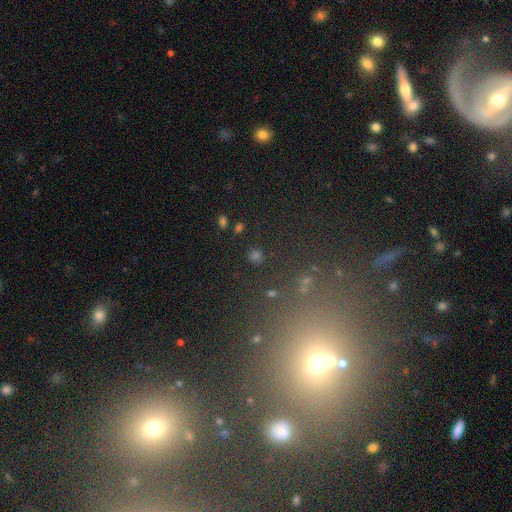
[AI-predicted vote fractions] Overall: smooth (56%; star or artifact 35%). How rounded: round (82%). Merging: none (86%).